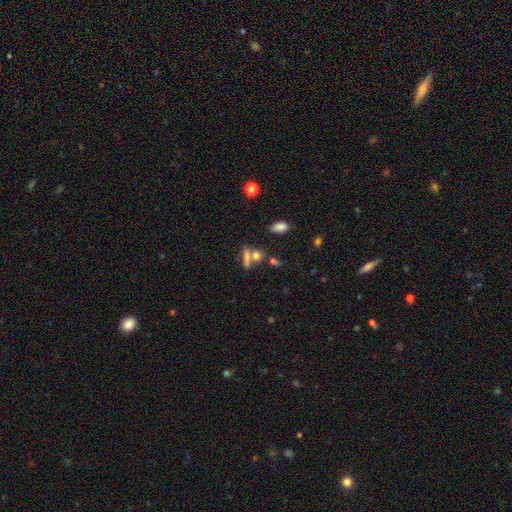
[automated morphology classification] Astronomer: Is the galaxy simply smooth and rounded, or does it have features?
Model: smooth — 67%.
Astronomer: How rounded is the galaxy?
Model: in between — 36% (runner-up: cigar-shaped, 34%).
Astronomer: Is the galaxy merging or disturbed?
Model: none — 52% (runner-up: merger, 31%).